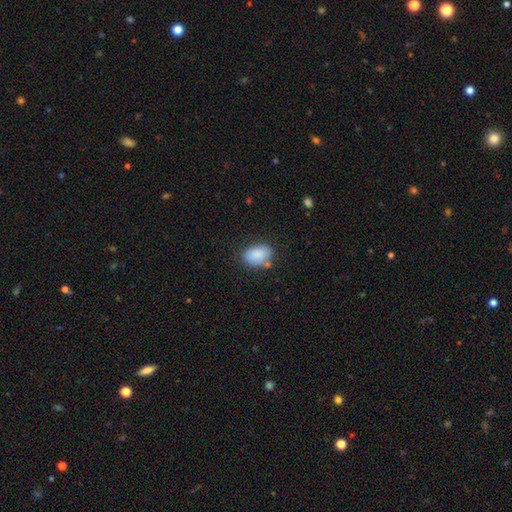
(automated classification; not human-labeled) This is clearly a smooth galaxy (87%). How rounded: clearly in between (83%). Merging: likely none (70%).